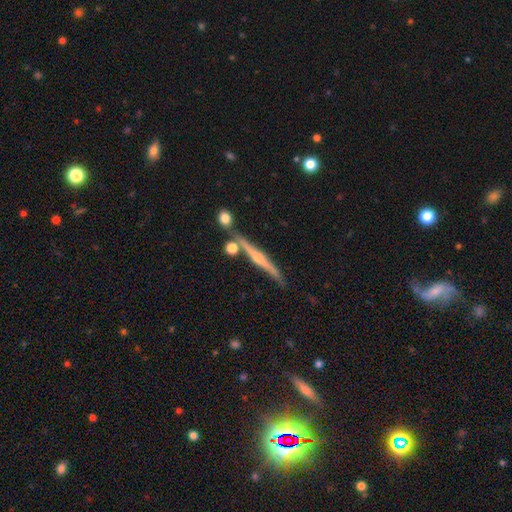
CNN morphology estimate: A featured or disk galaxy (73%) viewed edge-on (97%) with a rounded central bulge (69%). Merging: none (76%).